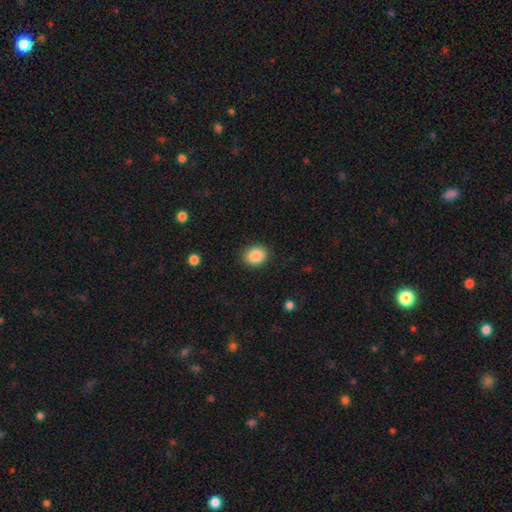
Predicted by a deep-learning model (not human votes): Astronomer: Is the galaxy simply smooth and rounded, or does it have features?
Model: smooth — 88%.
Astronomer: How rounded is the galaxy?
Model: round — 51% (runner-up: in between, 48%).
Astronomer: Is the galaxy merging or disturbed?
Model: none — 88%.